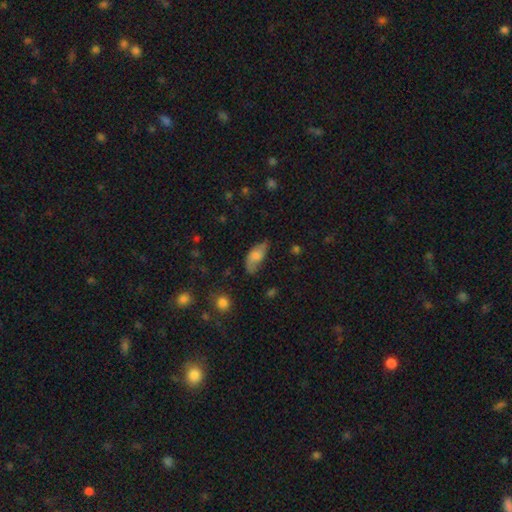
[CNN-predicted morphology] A smooth galaxy with no disk features (69%) that is in between round and cigar-shaped (87%). Merging: none (48%).